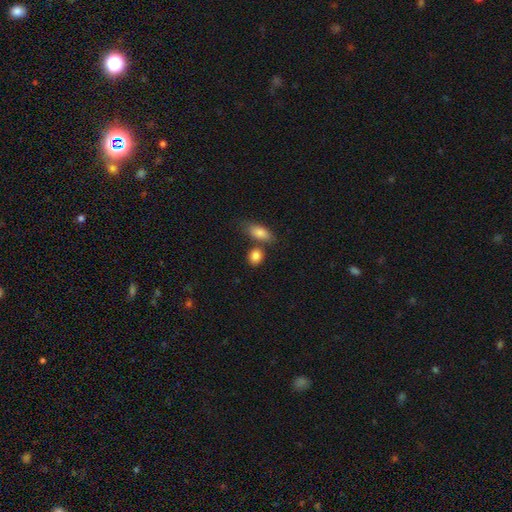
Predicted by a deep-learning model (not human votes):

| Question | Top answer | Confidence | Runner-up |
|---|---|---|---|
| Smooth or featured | smooth | 85% | star or artifact (8%) |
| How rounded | round | 54% | in between (43%) |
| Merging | none | 64% | merger (21%) |